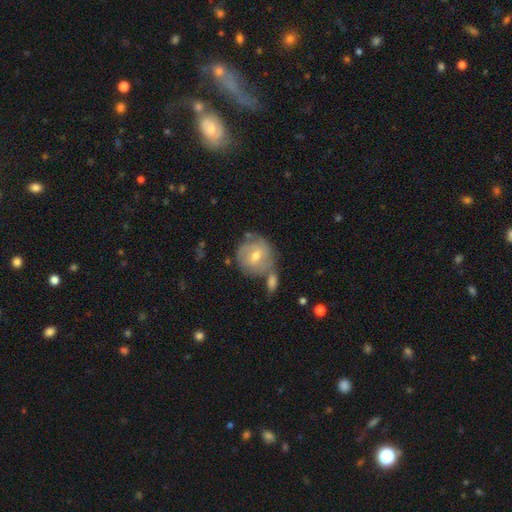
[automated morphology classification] A featured or disk galaxy (47%).

Vote fractions:
- Smooth or featured? featured or disk: 47% / smooth: 45% / star or artifact: 7%
- Merging? none: 53% / merger: 22% / minor disturbance: 18% / major disturbance: 7%